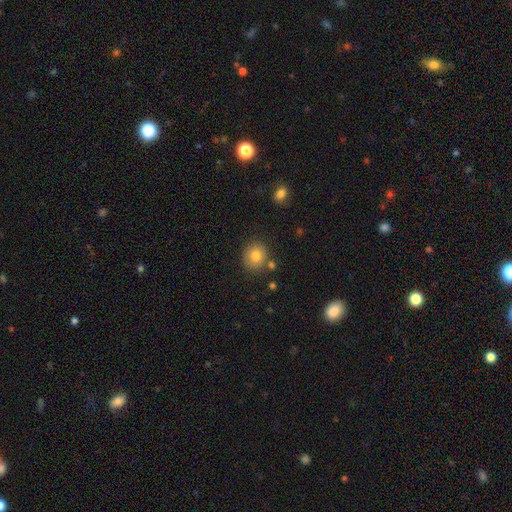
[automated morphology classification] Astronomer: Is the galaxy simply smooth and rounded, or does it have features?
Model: smooth — 79%.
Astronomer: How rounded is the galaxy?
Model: round — 81%.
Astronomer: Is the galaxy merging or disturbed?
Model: none — 80%.